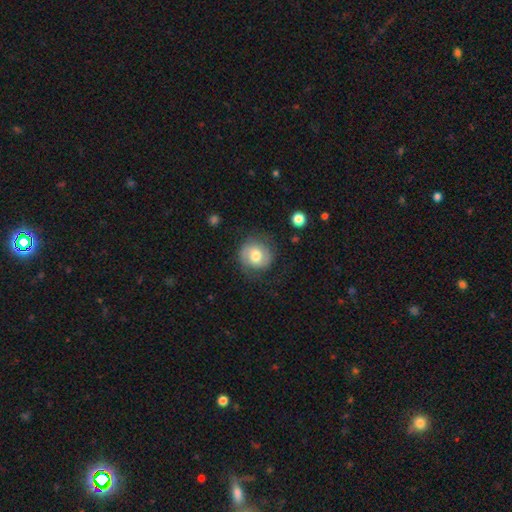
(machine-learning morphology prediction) Smooth or featured? smooth (48%)
Merging? none (71%)